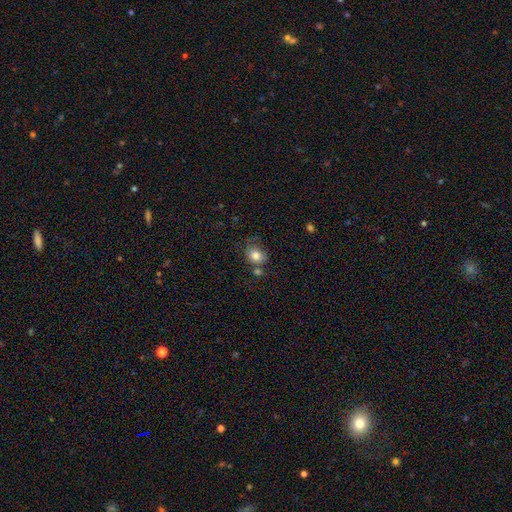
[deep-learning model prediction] smooth-or-featured: smooth: 81% | star or artifact: 10% | featured or disk: 9%
  how-rounded: round: 60% | in between: 39% | cigar-shaped: 1%
  merging: none: 54% | minor disturbance: 21% | merger: 17% | major disturbance: 8%